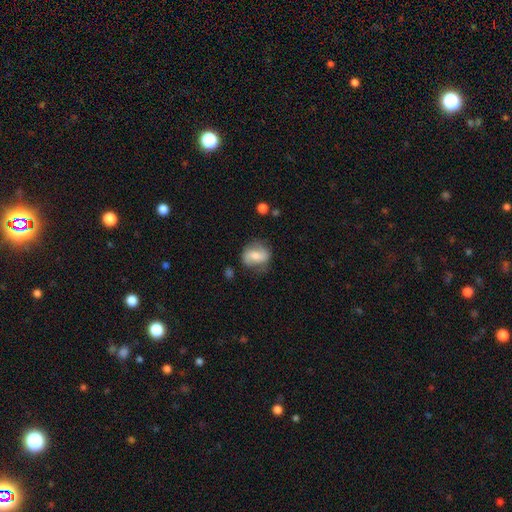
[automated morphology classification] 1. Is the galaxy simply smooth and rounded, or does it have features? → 52% smooth, 40% featured or disk, 7% star or artifact.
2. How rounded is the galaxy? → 52% in between, 46% round, 2% cigar-shaped.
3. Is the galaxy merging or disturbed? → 66% none, 24% minor disturbance, 8% major disturbance, 2% merger.